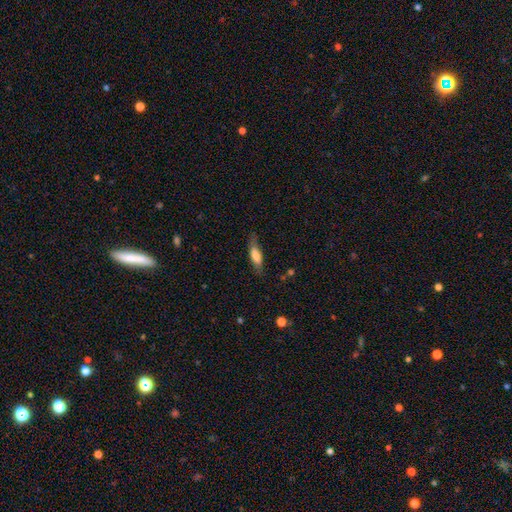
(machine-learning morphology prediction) A smooth galaxy with no disk features (70%) that is in between round and cigar-shaped (51%).

Vote fractions:
- Smooth or featured? smooth: 70% / featured or disk: 23% / star or artifact: 7%
- How rounded? in between: 51% / cigar-shaped: 47% / round: 2%
- Merging? none: 68% / minor disturbance: 22% / major disturbance: 8% / merger: 2%